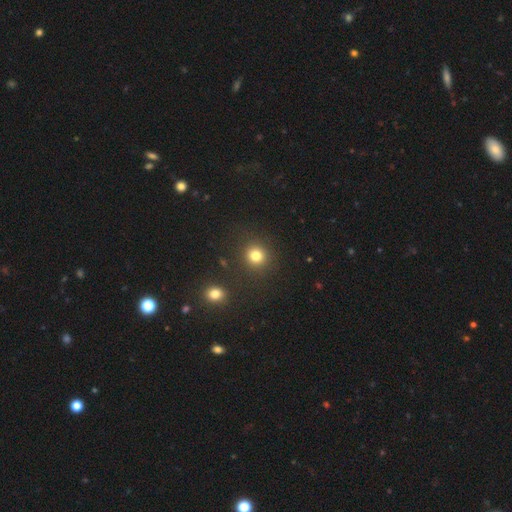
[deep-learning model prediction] Q: Smooth or featured?
A: smooth (80%); runner-up: star or artifact (15%)
Q: How rounded?
A: round (91%); runner-up: in between (9%)
Q: Merging?
A: none (87%); runner-up: minor disturbance (6%)